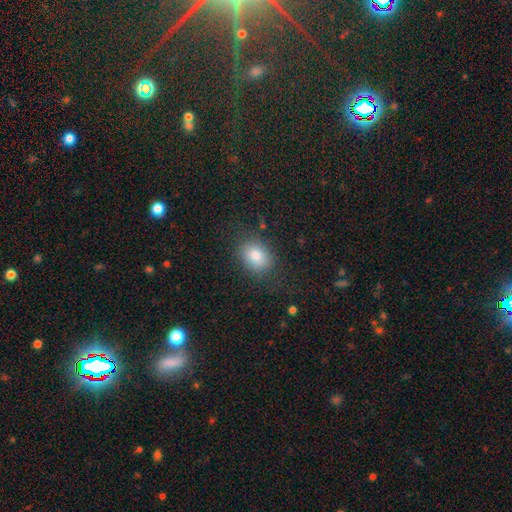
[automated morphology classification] Overall: smooth (82%). How rounded: in between (60%; round 38%). Merging: none (81%).